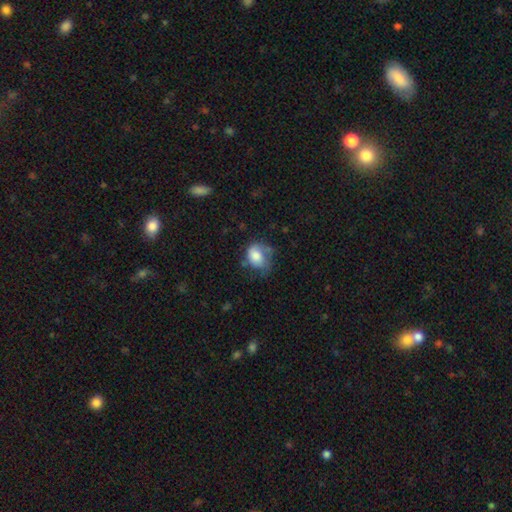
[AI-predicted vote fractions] Smooth or featured? smooth (68%)
How rounded? in between (58%)
Merging? none (35%)